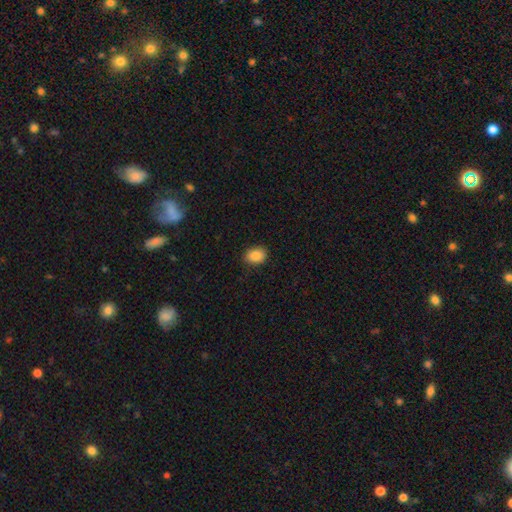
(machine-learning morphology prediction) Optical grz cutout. It shows a smooth galaxy with no disk features (87%) that is in between round and cigar-shaped (67%). Merging: none (88%).